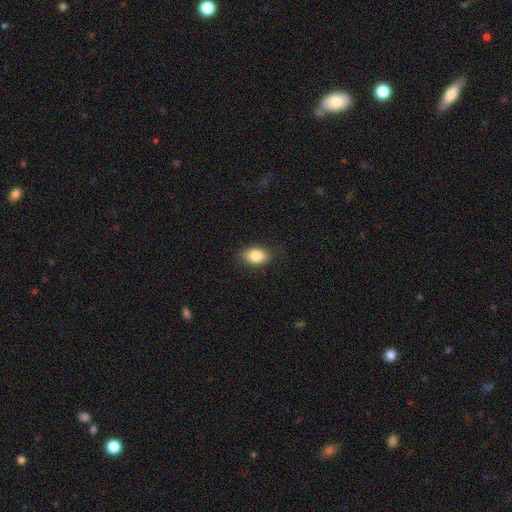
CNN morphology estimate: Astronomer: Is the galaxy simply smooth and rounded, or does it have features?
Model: smooth — 83%.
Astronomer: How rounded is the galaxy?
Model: in between — 82%.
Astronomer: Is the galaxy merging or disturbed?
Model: none — 82%.